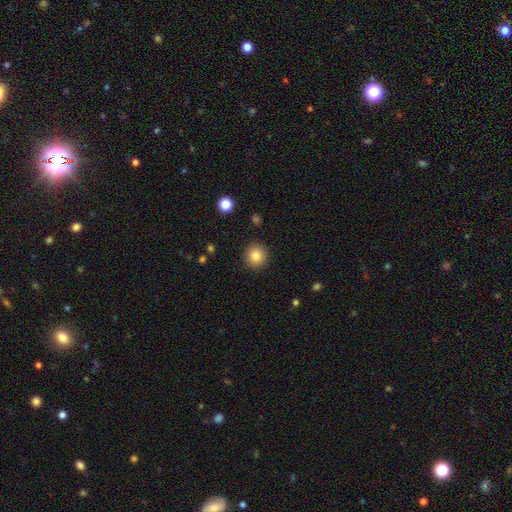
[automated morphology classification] Smooth or featured: smooth — 84% (star or artifact — 10%)
How rounded: round — 93% (in between — 6%)
Merging: none — 91% (minor disturbance — 6%)